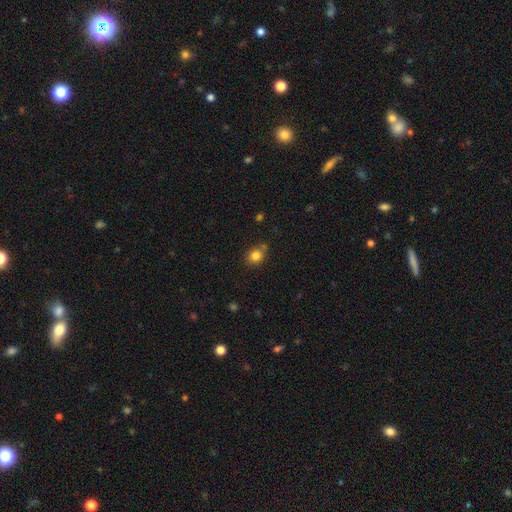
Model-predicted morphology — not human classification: smooth 83%, star or artifact 11%, featured or disk 6%. Down the decision tree: how rounded — round (64%); merging — none (71%).